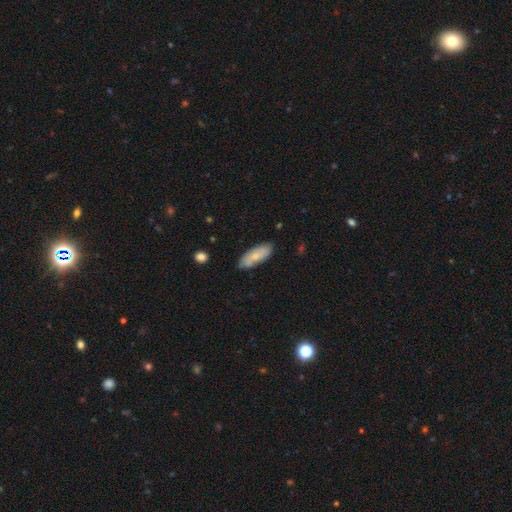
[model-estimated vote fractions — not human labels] smooth 69%, featured or disk 25%, star or artifact 6%. Down the decision tree: how rounded — in between (72%); merging — none (79%).